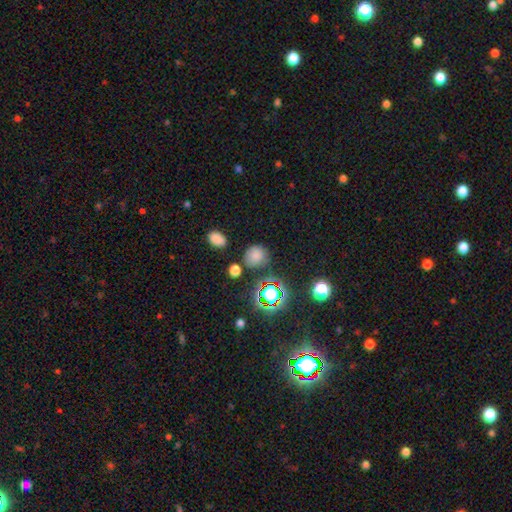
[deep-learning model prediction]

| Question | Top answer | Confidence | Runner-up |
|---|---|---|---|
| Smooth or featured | smooth | 73% | star or artifact (21%) |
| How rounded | round | 80% | in between (19%) |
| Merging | none | 73% | minor disturbance (15%) |